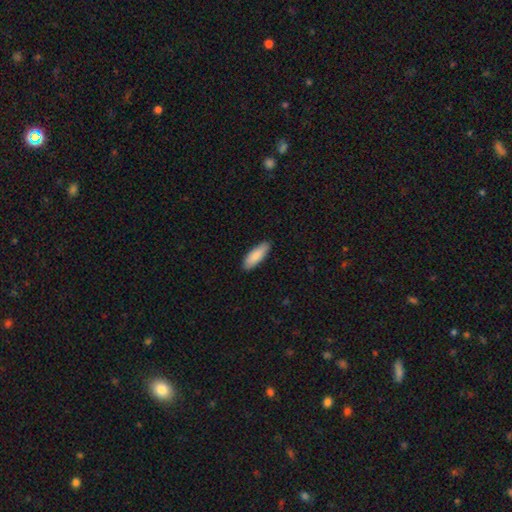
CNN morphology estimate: smooth-or-featured: smooth: 88% | featured or disk: 7% | star or artifact: 5%
  how-rounded: in between: 60% | cigar-shaped: 38% | round: 2%
  merging: none: 89% | minor disturbance: 8% | major disturbance: 2% | merger: 1%